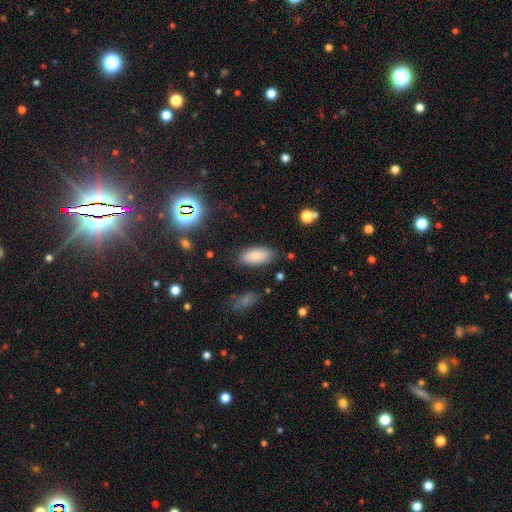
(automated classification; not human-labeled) This is clearly a smooth galaxy (86%). How rounded: clearly in between (90%). Merging: clearly none (82%).